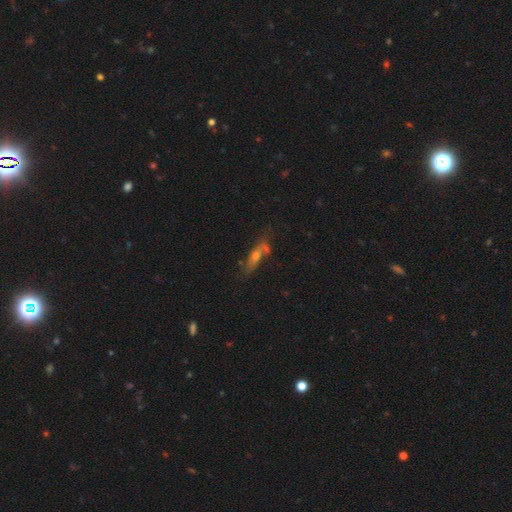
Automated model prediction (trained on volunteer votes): featured or disk 44%, smooth 41%, star or artifact 15%. Down the decision tree: merging — none (52%).